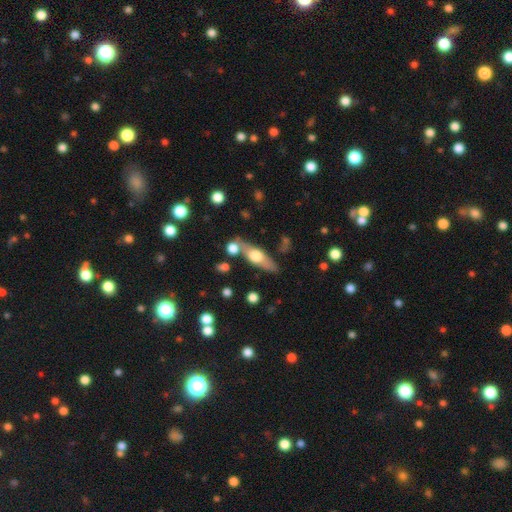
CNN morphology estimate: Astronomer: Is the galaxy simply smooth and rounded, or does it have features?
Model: featured or disk — 49% (runner-up: smooth, 45%).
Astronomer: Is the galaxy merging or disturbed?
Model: none — 67%.